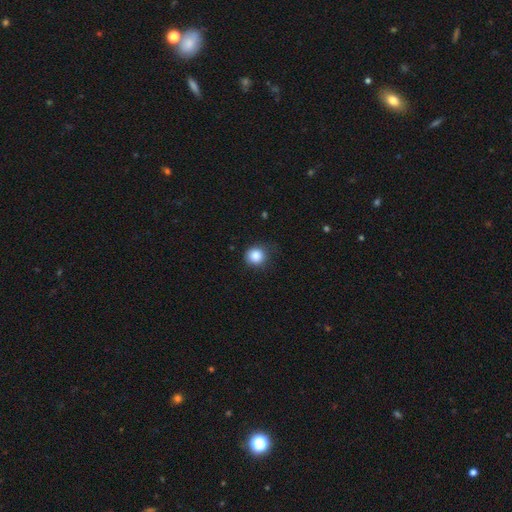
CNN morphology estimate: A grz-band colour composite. It shows a smooth galaxy with no disk features (86%) that is round (89%). Merging: none (74%).